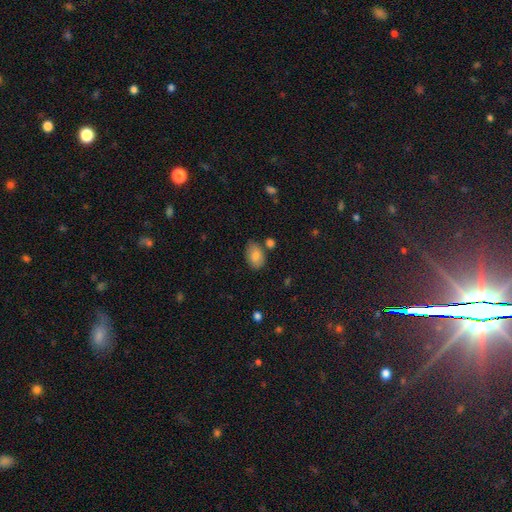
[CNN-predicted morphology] This appears to be a smooth galaxy with no disk features (81%) that is in between round and cigar-shaped (85%). Merging: none (70%).